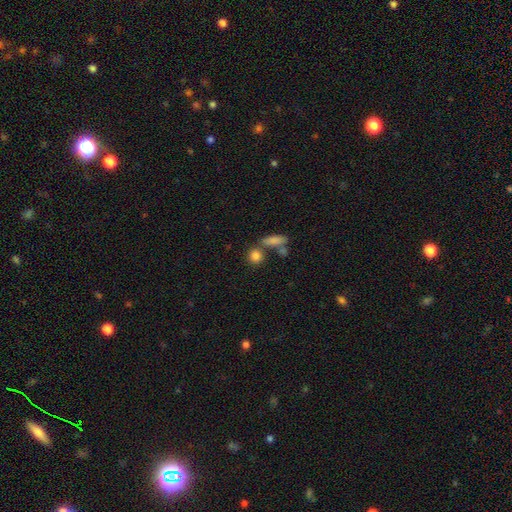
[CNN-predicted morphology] smooth 83%, star or artifact 10%, featured or disk 7%. Down the decision tree: how rounded — round (74%); merging — none (64%).